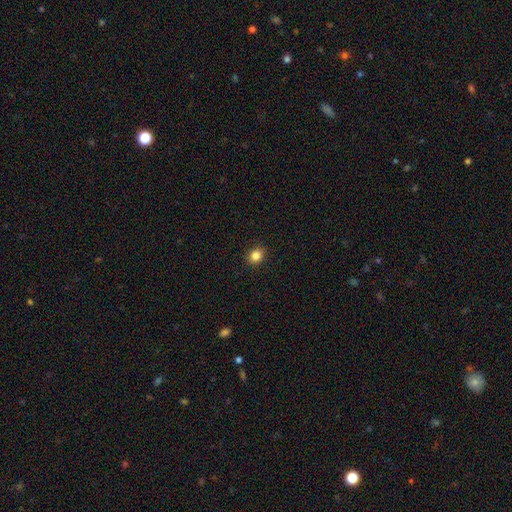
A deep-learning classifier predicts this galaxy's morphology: The model was most divided on "how rounded": round: 72%, in between: 27%, cigar-shaped: 1%. More confident: merging — none (91%); smooth or featured — smooth (85%).